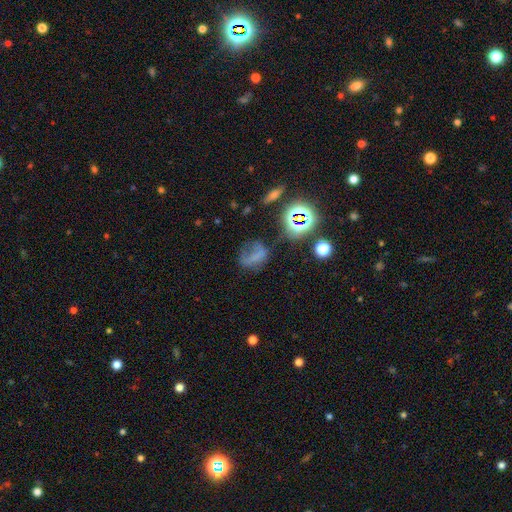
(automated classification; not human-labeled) Smooth or featured? smooth (41%)
Merging? none (39%)